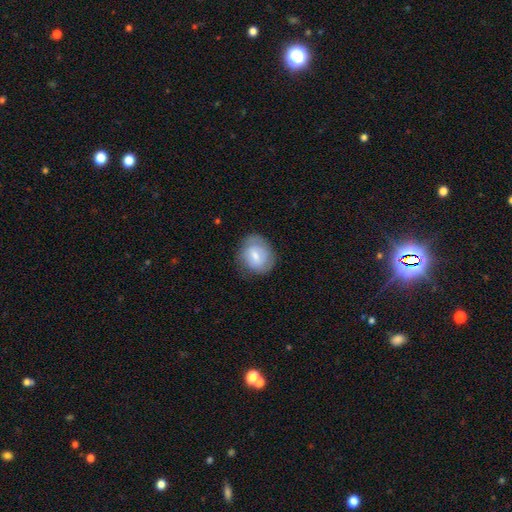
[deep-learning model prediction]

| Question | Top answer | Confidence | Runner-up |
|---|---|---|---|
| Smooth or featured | smooth | 59% | featured or disk (34%) |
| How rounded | round | 63% | in between (35%) |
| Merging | none | 70% | minor disturbance (22%) |